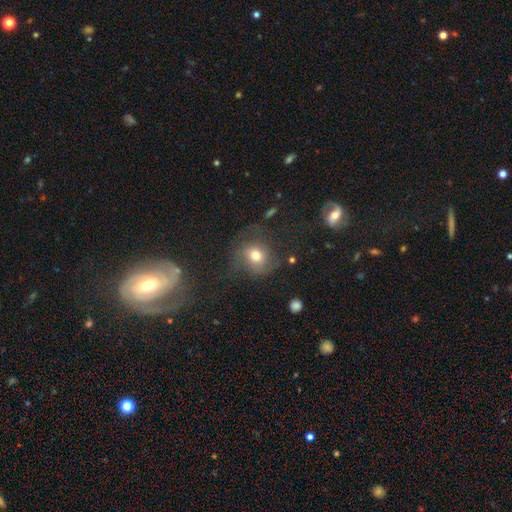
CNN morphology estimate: This is likely a smooth galaxy (67%). How rounded: likely round (75%). Merging: possibly none (55%).